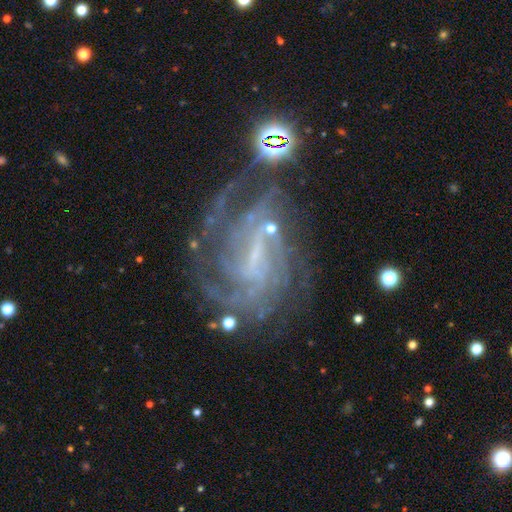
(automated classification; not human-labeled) featured or disk 83%, star or artifact 10%, smooth 7%. Down the decision tree: edge-on disk — no (97%); bar — weak (45%); spiral arms — yes (92%); spiral arm count — can't tell (37%); spiral winding — tight (56%); bulge size — none (41%, tied with small); merging — none (59%).